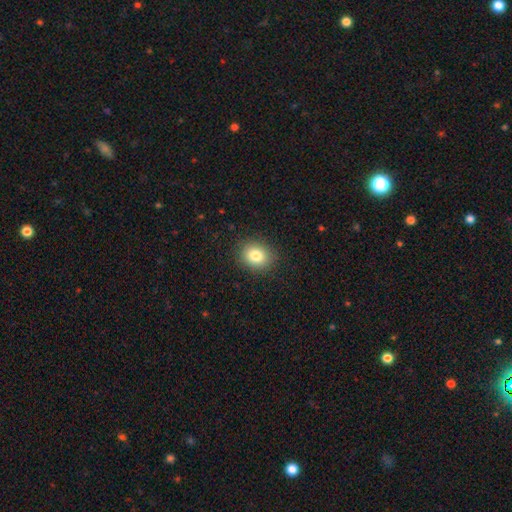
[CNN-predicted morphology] The model was most divided on "how rounded": round: 61%, in between: 38%, cigar-shaped: 1%. More confident: merging — none (88%); smooth or featured — smooth (82%).